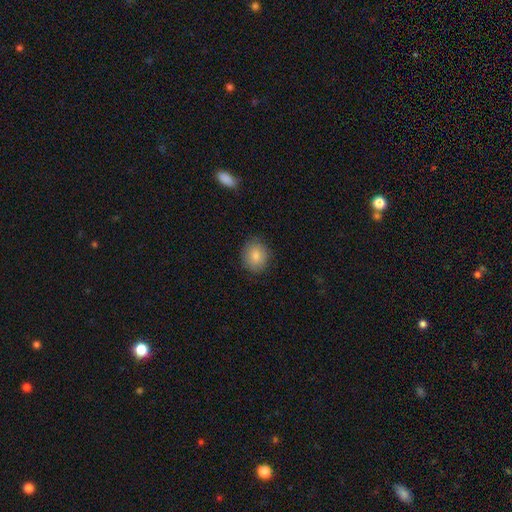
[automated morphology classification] type=smooth (81%); roundness=round (55%); merging=none (86%).